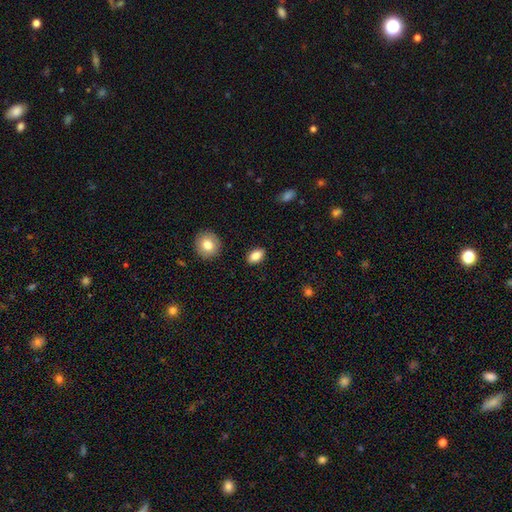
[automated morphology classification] This appears to be a smooth galaxy with no disk features (85%) that is in between round and cigar-shaped (88%). Merging: none (89%).